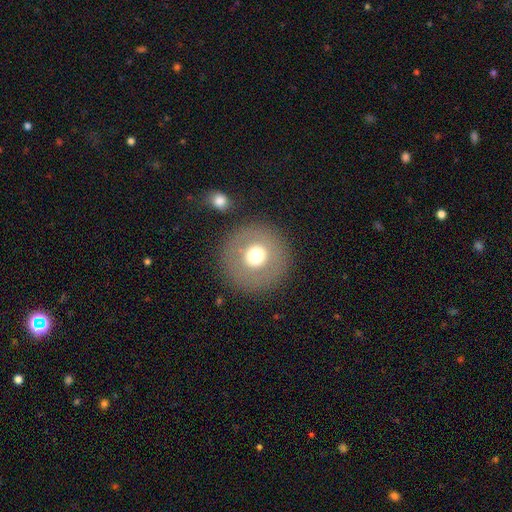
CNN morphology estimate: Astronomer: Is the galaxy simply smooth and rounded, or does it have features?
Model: smooth — 64%.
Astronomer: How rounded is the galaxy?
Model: round — 97%.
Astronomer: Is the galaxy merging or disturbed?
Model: none — 87%.